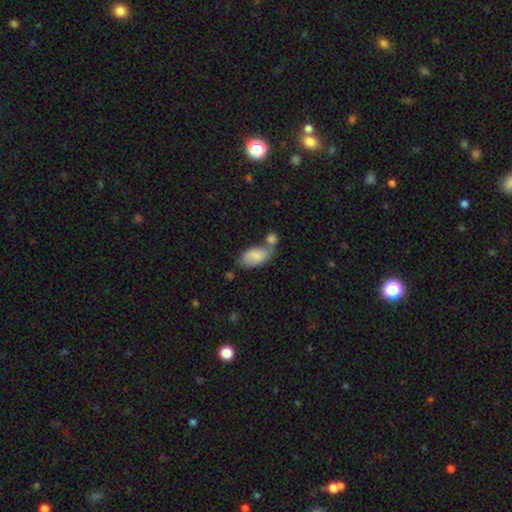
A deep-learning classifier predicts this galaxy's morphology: A smooth galaxy with no disk features (81%) that is in between round and cigar-shaped (94%).

Vote fractions:
- Smooth or featured? smooth: 81% / featured or disk: 13% / star or artifact: 6%
- How rounded? in between: 94% / round: 3% / cigar-shaped: 3%
- Merging? none: 38% (tied) / merger: 38% (tied) / minor disturbance: 17% / major disturbance: 7%